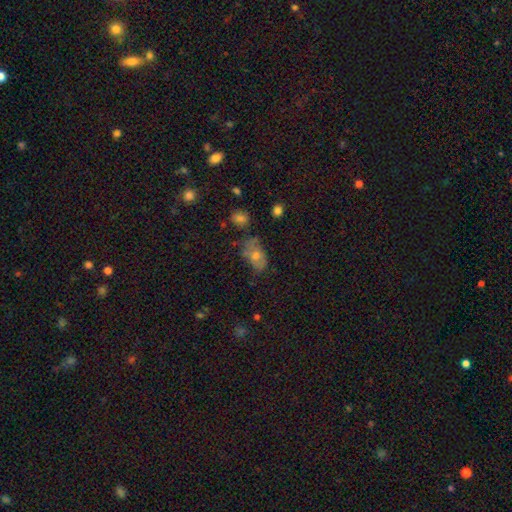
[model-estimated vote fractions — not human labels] smooth 60%, featured or disk 28%, star or artifact 13%. Down the decision tree: how rounded — in between (86%); merging — none (55%).